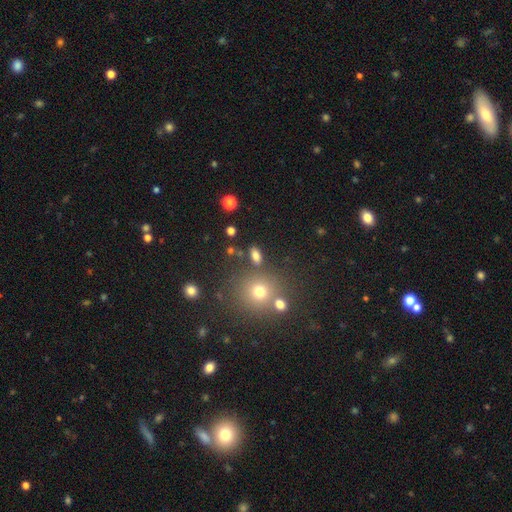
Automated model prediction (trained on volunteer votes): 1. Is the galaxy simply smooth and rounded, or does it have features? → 76% smooth, 16% star or artifact, 8% featured or disk.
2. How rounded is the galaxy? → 75% in between, 19% round, 6% cigar-shaped.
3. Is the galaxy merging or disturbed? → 76% none, 11% minor disturbance, 9% merger, 5% major disturbance.